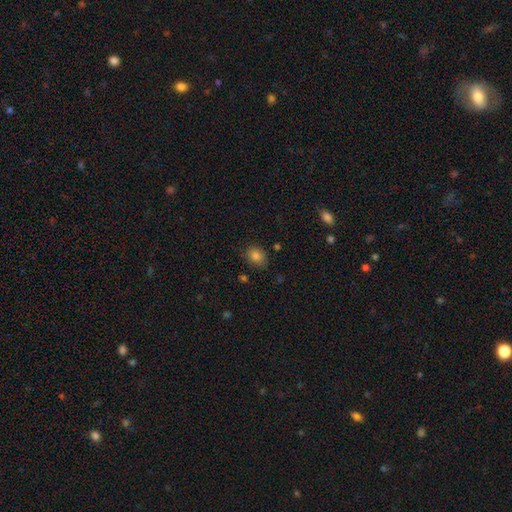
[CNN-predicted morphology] smooth-or-featured: smooth: 83% | star or artifact: 11% | featured or disk: 6%
  how-rounded: in between: 53% | round: 46% | cigar-shaped: 1%
  merging: none: 79% | minor disturbance: 16% | major disturbance: 4% | merger: 2%